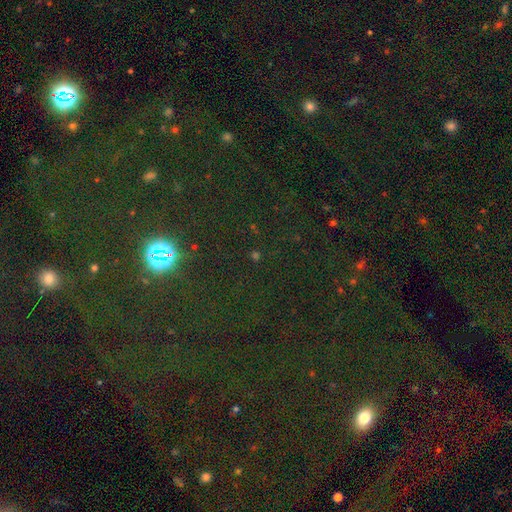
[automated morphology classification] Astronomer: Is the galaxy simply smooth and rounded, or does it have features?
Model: star or artifact — 75%.